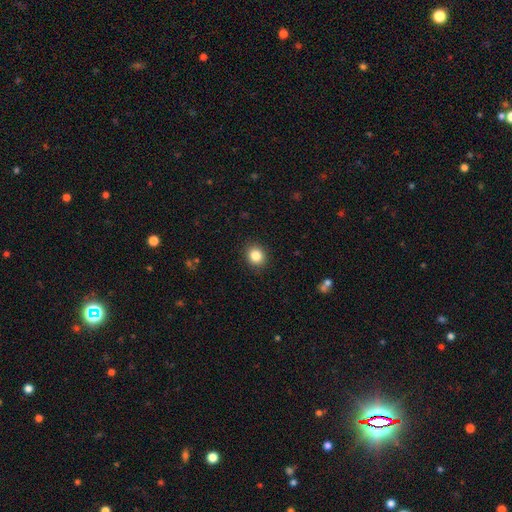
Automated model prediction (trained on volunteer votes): Overall: smooth (85%). How rounded: round (75%). Merging: none (91%).